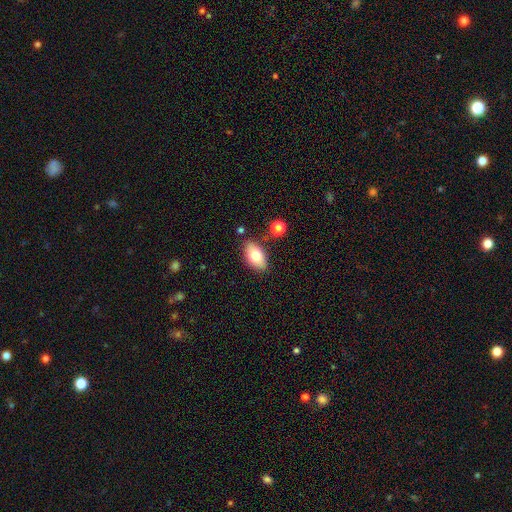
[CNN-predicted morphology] The model was most divided on "smooth or featured": smooth: 76%, featured or disk: 16%, star or artifact: 8%. More confident: how rounded — in between (92%); merging — none (81%).